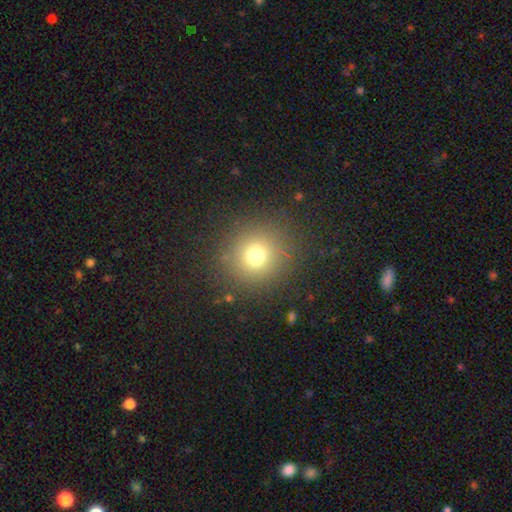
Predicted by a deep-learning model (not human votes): Q: Smooth or featured?
A: smooth (71%); runner-up: star or artifact (19%)
Q: How rounded?
A: round (92%); runner-up: in between (7%)
Q: Merging?
A: none (88%); runner-up: minor disturbance (7%)